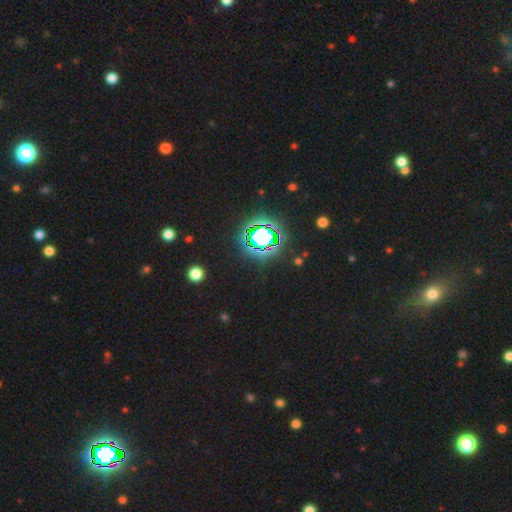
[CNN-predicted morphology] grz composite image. It shows a star or artifact, not a galaxy (79%).